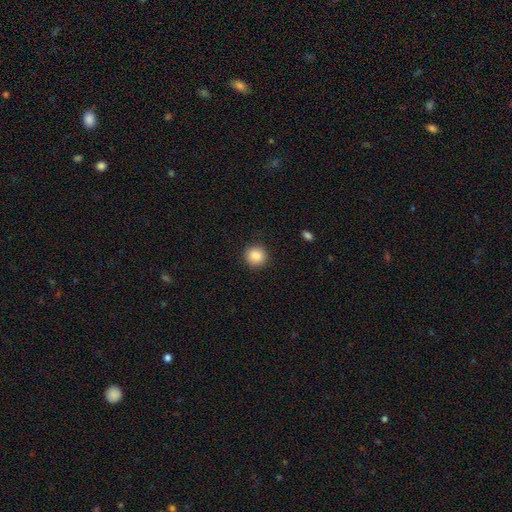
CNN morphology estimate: smooth-or-featured: smooth: 87% | star or artifact: 9% | featured or disk: 4%
  how-rounded: round: 93% | in between: 6% | cigar-shaped: 1%
  merging: none: 91% | minor disturbance: 6% | major disturbance: 2% | merger: 1%